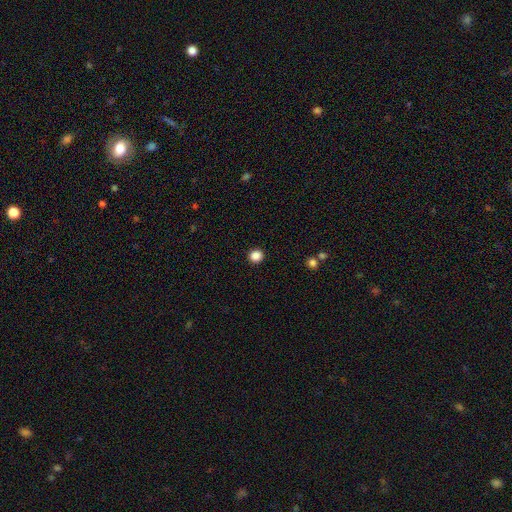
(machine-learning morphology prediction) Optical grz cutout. It shows a smooth galaxy with no disk features (86%) that is round (88%). Merging: none (92%).